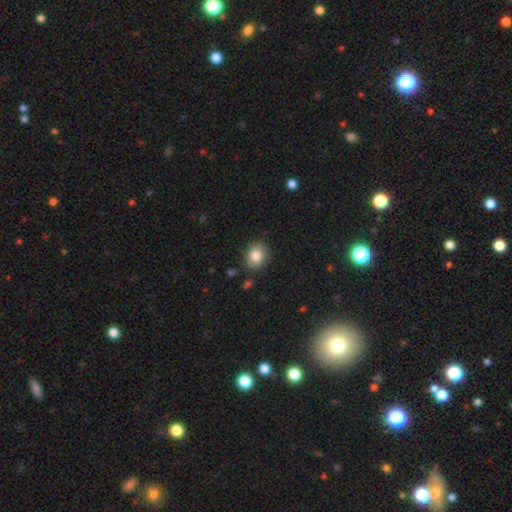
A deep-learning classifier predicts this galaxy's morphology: Smooth or featured? smooth (85%)
How rounded? round (64%)
Merging? none (85%)